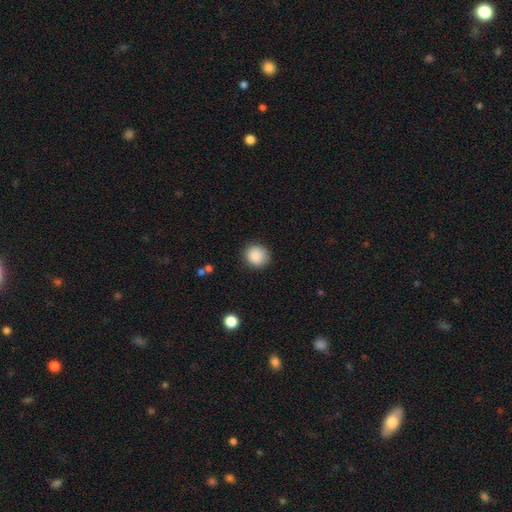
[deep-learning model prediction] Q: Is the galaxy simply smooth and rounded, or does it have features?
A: smooth — 88%.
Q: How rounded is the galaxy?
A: round — 87%.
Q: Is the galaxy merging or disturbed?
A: none — 87%.